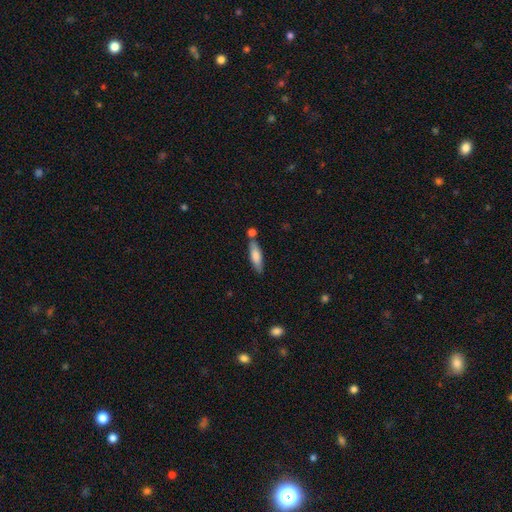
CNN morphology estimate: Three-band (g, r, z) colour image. It shows a smooth galaxy with no disk features (74%) that is cigar-shaped (61%). Merging: none (69%).